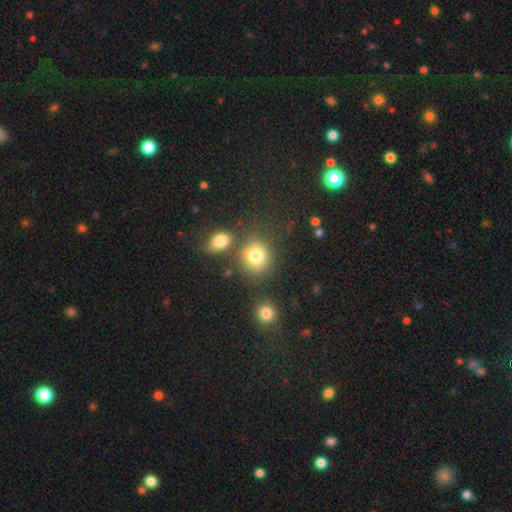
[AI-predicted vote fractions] Smooth or featured? smooth (78%)
How rounded? round (75%)
Merging? none (65%)